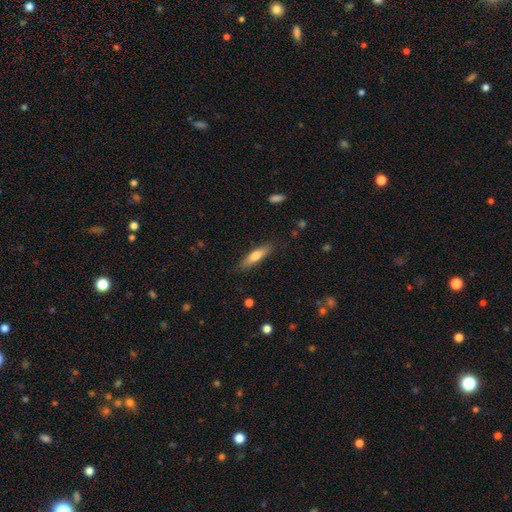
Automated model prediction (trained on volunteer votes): This is likely a smooth galaxy (69%). How rounded: likely cigar-shaped (70%). Merging: clearly none (84%).